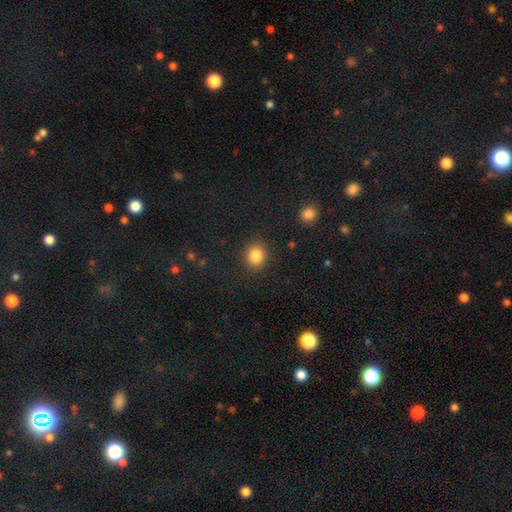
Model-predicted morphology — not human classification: smooth-or-featured: smooth: 85% | star or artifact: 10% | featured or disk: 4%
  how-rounded: round: 81% | in between: 19% | cigar-shaped: 1%
  merging: none: 89% | minor disturbance: 7% | major disturbance: 3% | merger: 1%